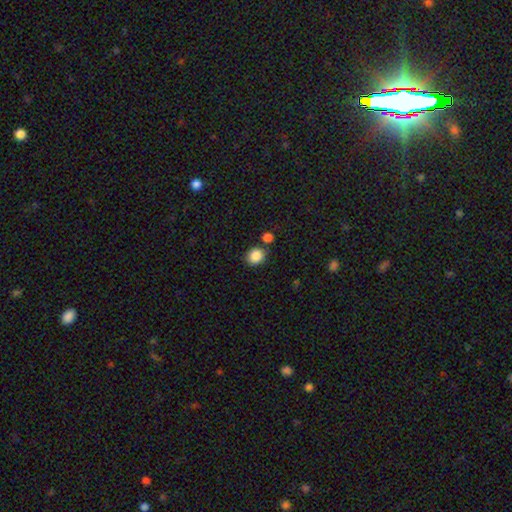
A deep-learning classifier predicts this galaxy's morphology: Smooth or featured: smooth — 87% (star or artifact — 9%)
How rounded: round — 74% (in between — 25%)
Merging: none — 75% (merger — 11%)